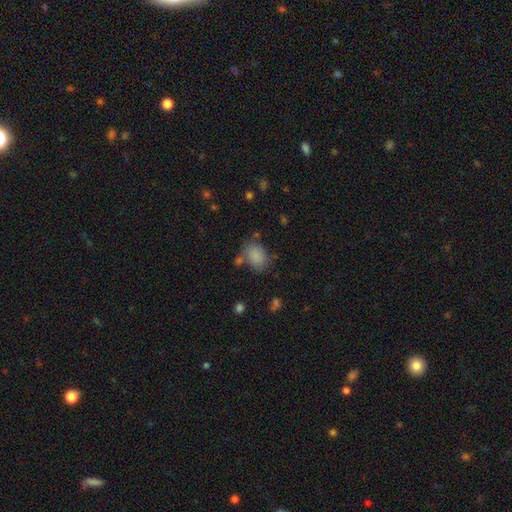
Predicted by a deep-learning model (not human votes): Smooth or featured: smooth — 83% (star or artifact — 10%)
How rounded: in between — 63% (round — 36%)
Merging: none — 64% (minor disturbance — 19%)